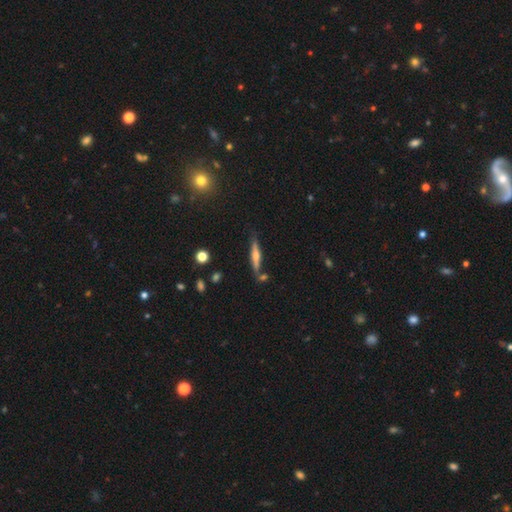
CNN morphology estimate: This is possibly a featured or disk galaxy (59%). It is clearly viewed edge-on (95%). Edge-on bulge: clearly rounded (81%). Merging: likely none (76%).